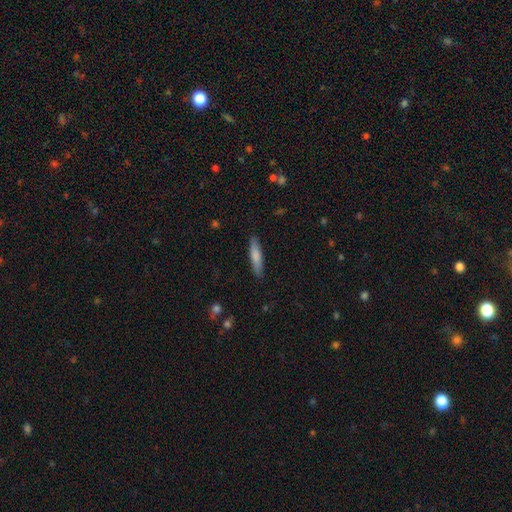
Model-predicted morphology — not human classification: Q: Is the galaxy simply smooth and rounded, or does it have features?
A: smooth — 76%.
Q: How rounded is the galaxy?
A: cigar-shaped — 83%.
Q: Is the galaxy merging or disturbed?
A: none — 89%.